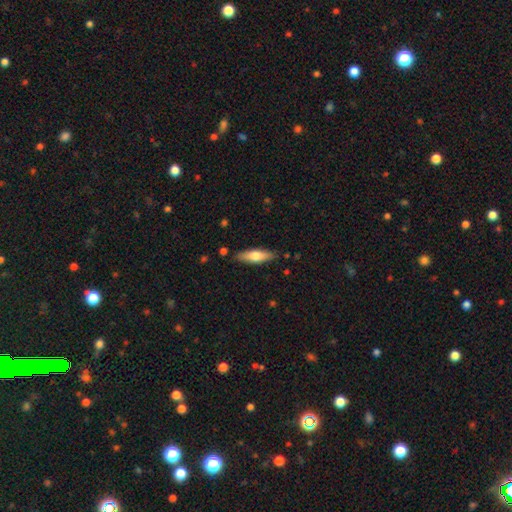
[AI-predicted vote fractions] Smooth or featured: smooth — 61% (featured or disk — 33%)
How rounded: cigar-shaped — 57% (in between — 41%)
Merging: none — 85% (minor disturbance — 11%)